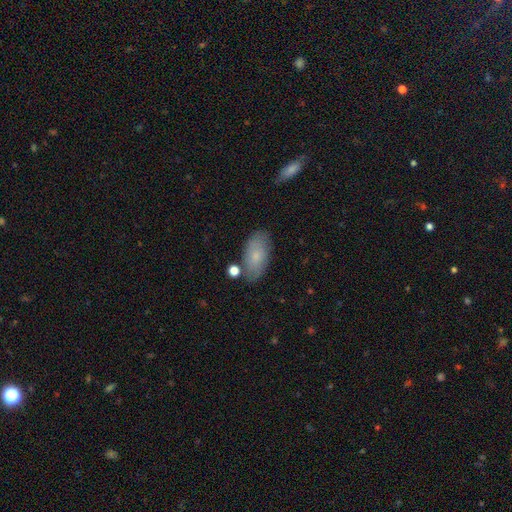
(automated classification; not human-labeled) Smooth or featured: smooth — 73% (featured or disk — 20%)
How rounded: in between — 92% (round — 4%)
Merging: none — 74% (minor disturbance — 17%)